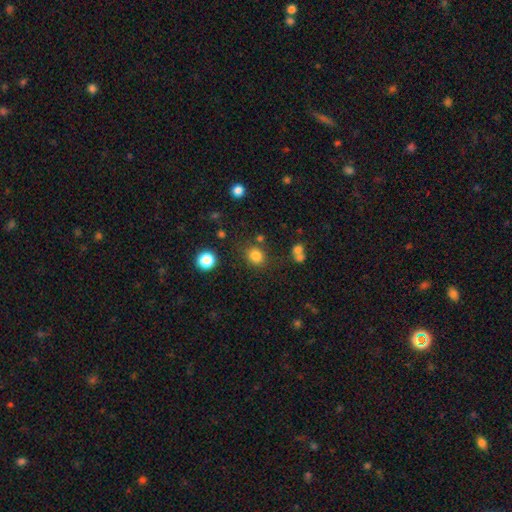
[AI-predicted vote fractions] A smooth galaxy with no disk features (81%) that is round (70%).

Vote fractions:
- Smooth or featured? smooth: 81% / star or artifact: 13% / featured or disk: 5%
- How rounded? round: 70% / in between: 29% / cigar-shaped: 1%
- Merging? none: 79% / minor disturbance: 11% / merger: 6% / major disturbance: 4%